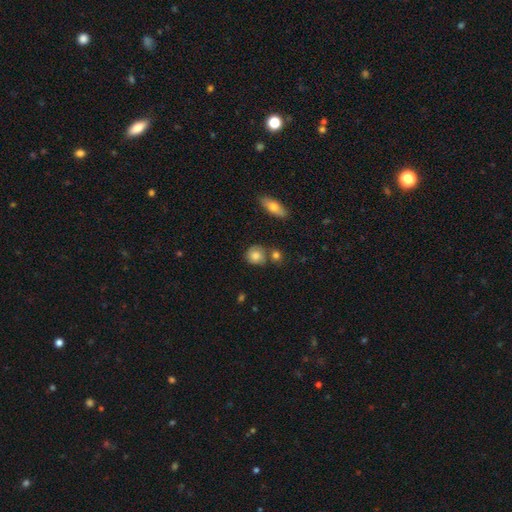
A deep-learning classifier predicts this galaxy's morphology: A smooth galaxy with no disk features (81%) that is round (77%). Merging: none (63%).